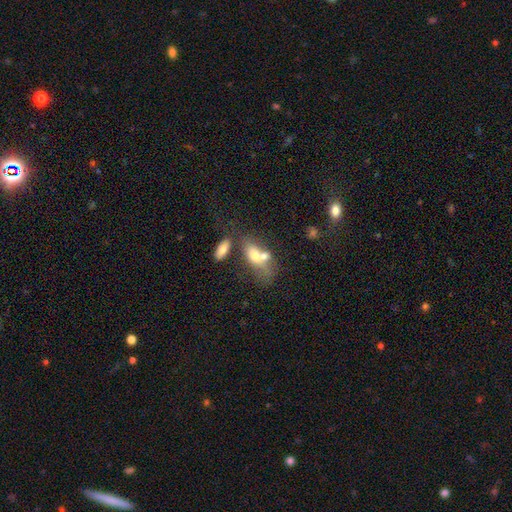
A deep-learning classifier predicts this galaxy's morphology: A smooth galaxy with no disk features (61%) that is in between round and cigar-shaped (77%).

Vote fractions:
- Smooth or featured? smooth: 61% / featured or disk: 29% / star or artifact: 10%
- How rounded? in between: 77% / cigar-shaped: 12% / round: 11%
- Merging? merger: 53% / none: 21% / major disturbance: 14% / minor disturbance: 12%